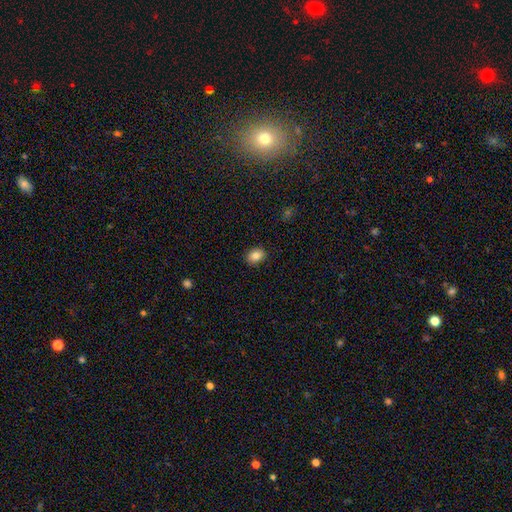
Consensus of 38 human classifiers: A smooth galaxy with no disk features (92%) that is round (54%). Merging: none (92%).